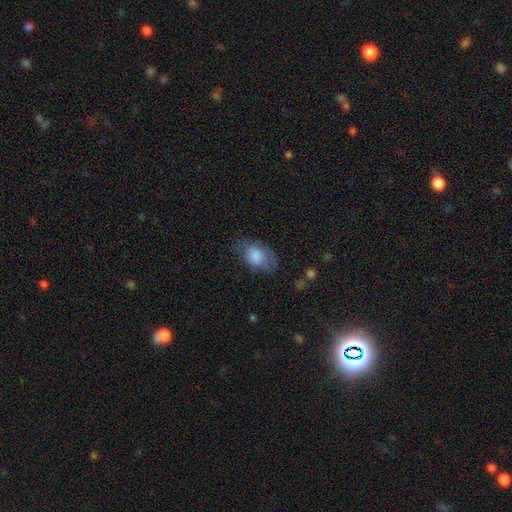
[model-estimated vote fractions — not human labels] The model was most divided on "merging": none: 53%, minor disturbance: 28%, major disturbance: 16%, merger: 2%. More confident: how rounded — in between (85%); smooth or featured — smooth (78%).